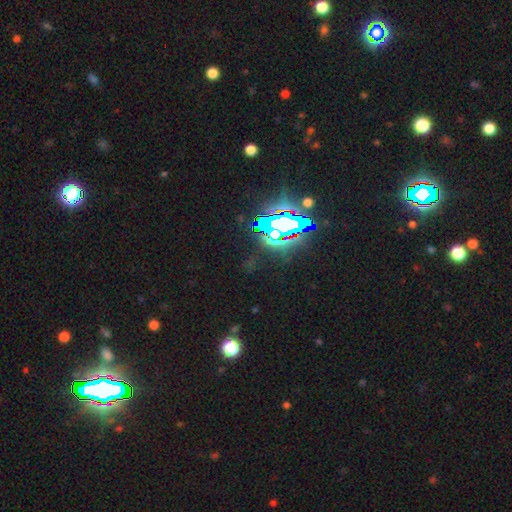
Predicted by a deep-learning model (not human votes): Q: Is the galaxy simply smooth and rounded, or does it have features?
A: star or artifact — 84%.